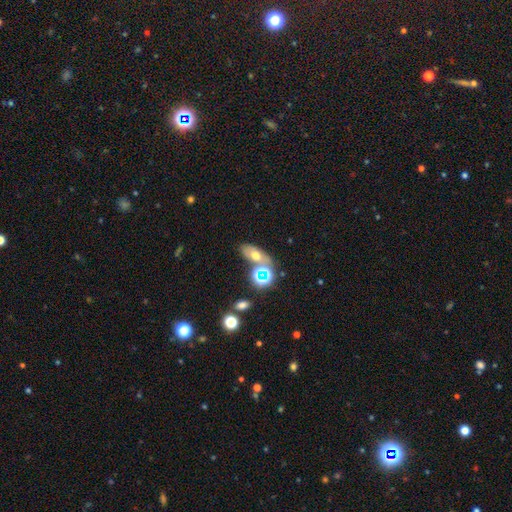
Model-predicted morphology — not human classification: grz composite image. It shows a smooth galaxy with no disk features (51%) that is in between round and cigar-shaped (76%). Merging: none (53%).